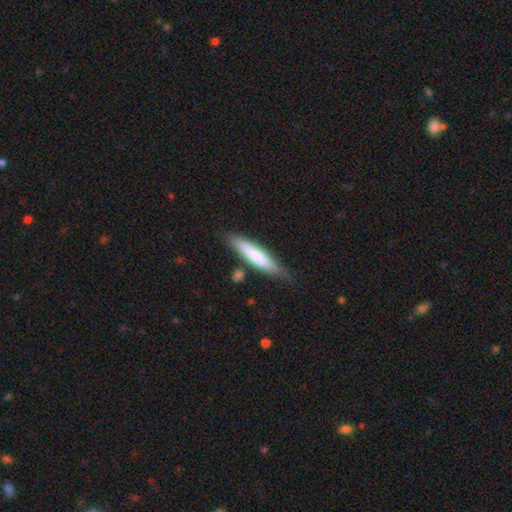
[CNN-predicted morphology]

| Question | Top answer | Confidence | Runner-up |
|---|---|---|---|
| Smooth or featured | smooth | 68% | featured or disk (26%) |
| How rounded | cigar-shaped | 83% | in between (15%) |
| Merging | none | 74% | minor disturbance (17%) |